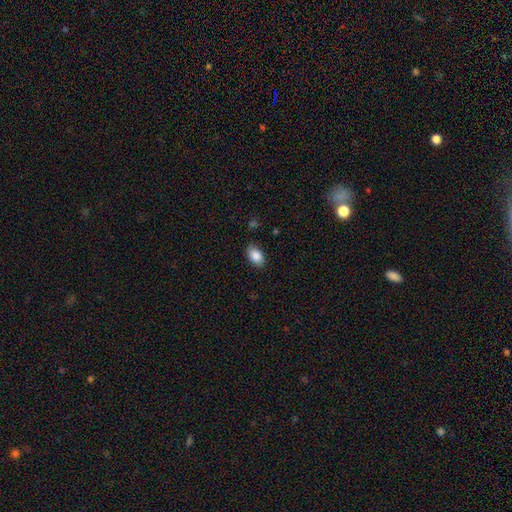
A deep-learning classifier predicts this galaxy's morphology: smooth-or-featured: smooth: 88% | star or artifact: 7% | featured or disk: 5%
  how-rounded: in between: 91% | round: 8% | cigar-shaped: 1%
  merging: none: 83% | minor disturbance: 13% | major disturbance: 3% | merger: 1%